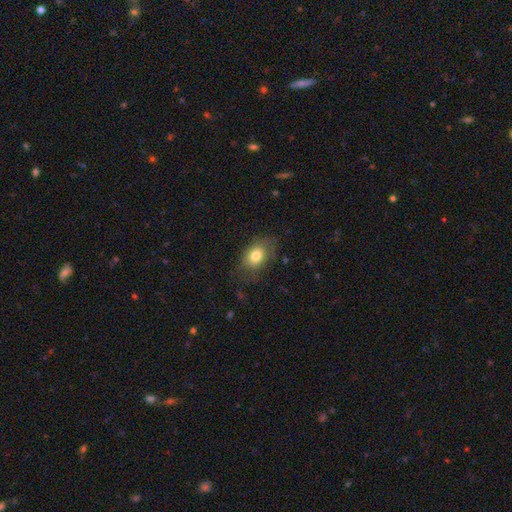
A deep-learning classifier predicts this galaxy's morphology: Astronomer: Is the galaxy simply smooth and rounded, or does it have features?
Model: smooth — 78%.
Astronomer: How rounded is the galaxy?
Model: in between — 76%.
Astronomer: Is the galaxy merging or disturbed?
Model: none — 69%.